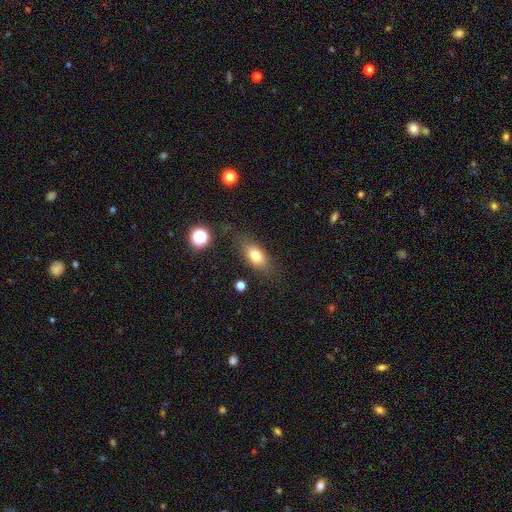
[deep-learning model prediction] This is likely a smooth galaxy (75%). How rounded: likely in between (79%). Merging: likely none (75%).